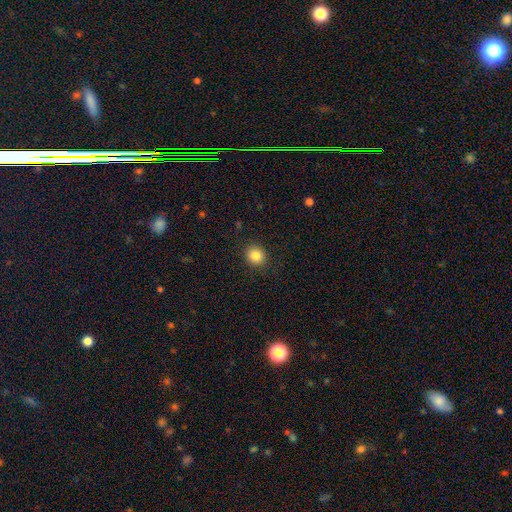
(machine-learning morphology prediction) Smooth or featured? Predicted: smooth (p=0.85). How rounded? Predicted: round (p=0.74). Merging? Predicted: none (p=0.89).